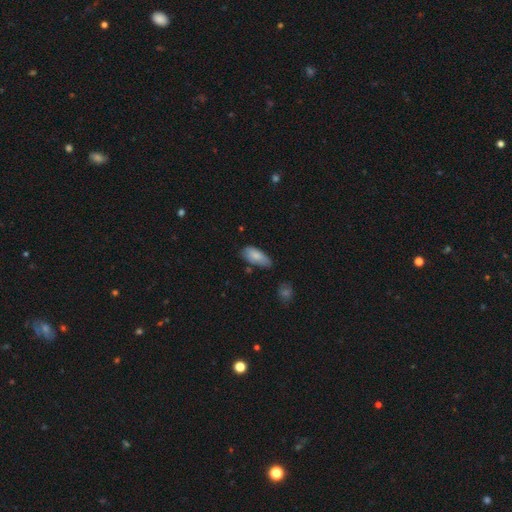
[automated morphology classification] Smooth or featured? Predicted: smooth (p=0.81). How rounded? Predicted: in between (p=0.87). Merging? Predicted: none (p=0.56).